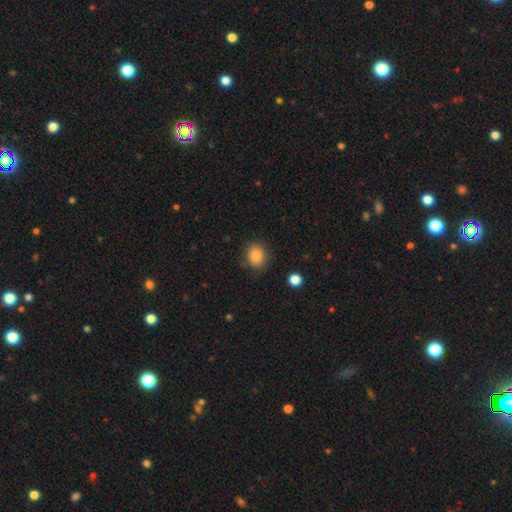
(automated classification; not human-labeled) smooth 86%, star or artifact 10%, featured or disk 5%. Down the decision tree: how rounded — round (64%); merging — none (83%).